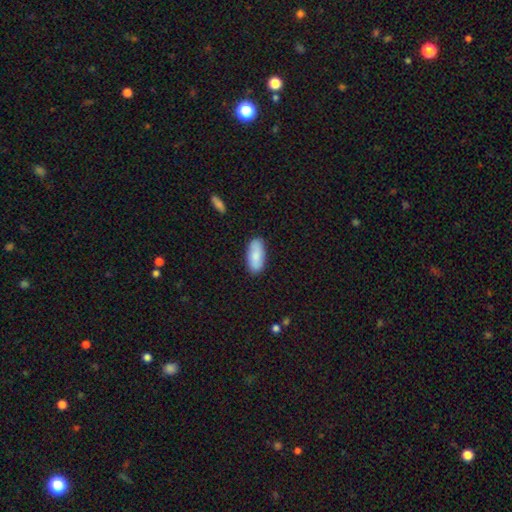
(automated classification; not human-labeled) This appears to be a smooth galaxy with no disk features (83%) that is in between round and cigar-shaped (87%). Merging: none (86%).